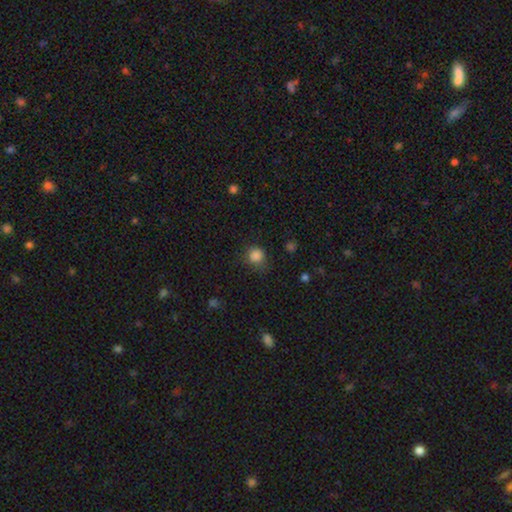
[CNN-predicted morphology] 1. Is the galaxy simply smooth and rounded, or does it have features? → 84% smooth, 12% star or artifact, 4% featured or disk.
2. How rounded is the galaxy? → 85% round, 14% in between, 1% cigar-shaped.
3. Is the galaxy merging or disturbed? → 69% none, 21% minor disturbance, 8% major disturbance, 2% merger.